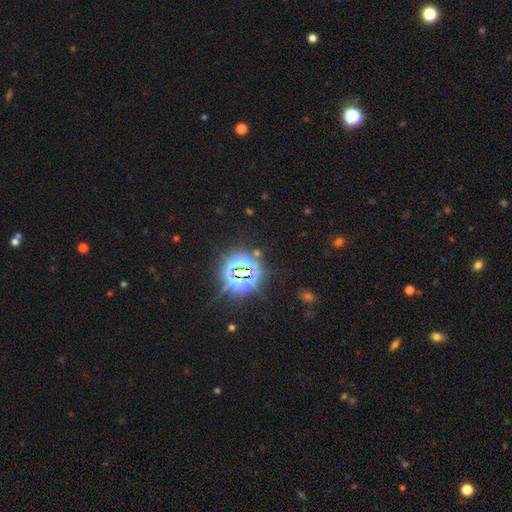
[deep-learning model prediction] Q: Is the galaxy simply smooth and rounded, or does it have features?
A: star or artifact — 81%.